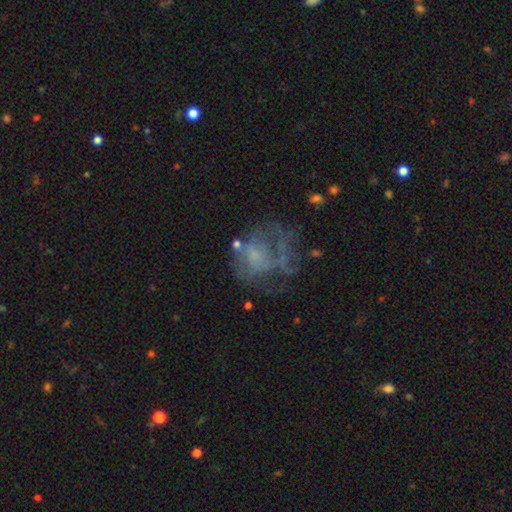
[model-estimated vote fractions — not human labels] smooth-or-featured: featured or disk: 54% | smooth: 28% | star or artifact: 18%
  disk-edge-on: no: 98% | yes: 2%
    bar: no: 82% | weak: 16% | strong: 3%
    has-spiral-arms: no: 70% | yes: 30%
    bulge-size: none: 53% | small: 25% | moderate: 17% | large: 4% | dominant: 1%
  merging: major disturbance: 39% | none: 37% | minor disturbance: 18% | merger: 6%